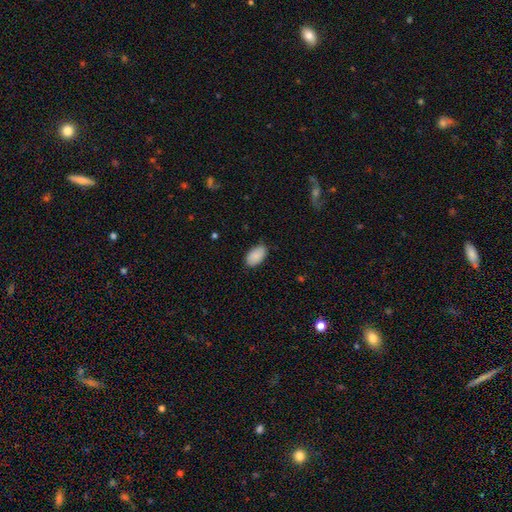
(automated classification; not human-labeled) Overall: smooth (89%). How rounded: in between (95%). Merging: none (80%).